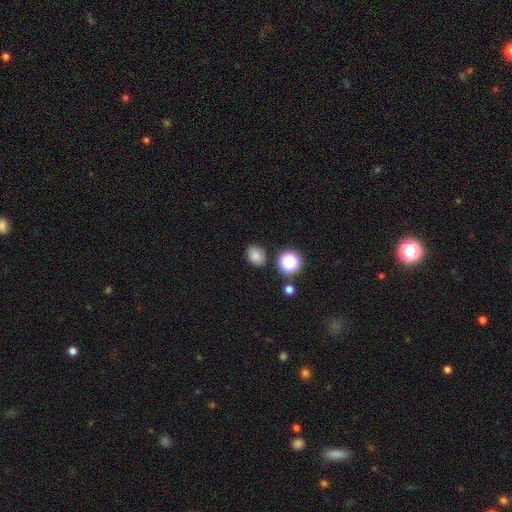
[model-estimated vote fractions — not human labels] Q: Smooth or featured?
A: smooth (79%); runner-up: star or artifact (15%)
Q: How rounded?
A: in between (54%); runner-up: round (45%)
Q: Merging?
A: none (82%); runner-up: minor disturbance (12%)